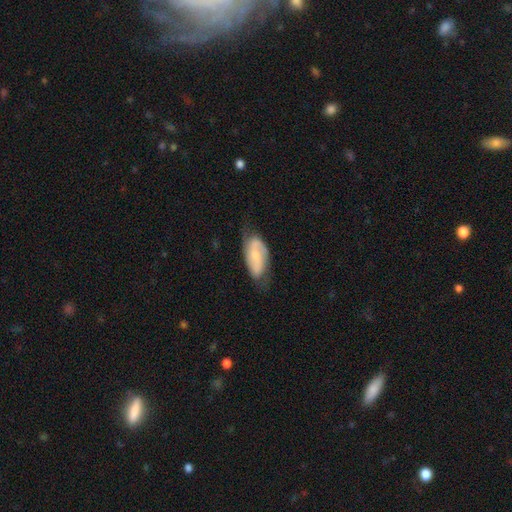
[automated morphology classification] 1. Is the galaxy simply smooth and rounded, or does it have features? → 65% featured or disk, 29% smooth, 6% star or artifact.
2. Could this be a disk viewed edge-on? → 94% no, 6% yes.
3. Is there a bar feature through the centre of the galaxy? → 43% no, 40% weak, 17% strong.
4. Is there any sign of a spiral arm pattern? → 91% yes, 9% no.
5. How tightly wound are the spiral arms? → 43% medium, 29% tight, 28% loose.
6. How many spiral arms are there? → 81% 2, 11% can't tell, 4% 1, 2% 3, 1% 4, 1% more than 4.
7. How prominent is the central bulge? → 53% small, 35% moderate, 8% none, 3% large, 1% dominant.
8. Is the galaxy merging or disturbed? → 63% none, 27% minor disturbance, 9% major disturbance, 2% merger.